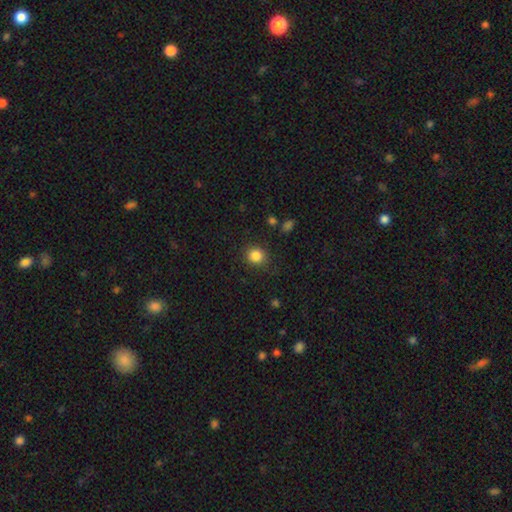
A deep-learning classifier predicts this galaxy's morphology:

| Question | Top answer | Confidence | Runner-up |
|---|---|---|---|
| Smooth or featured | smooth | 85% | star or artifact (11%) |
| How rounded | round | 77% | in between (22%) |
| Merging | none | 86% | minor disturbance (10%) |